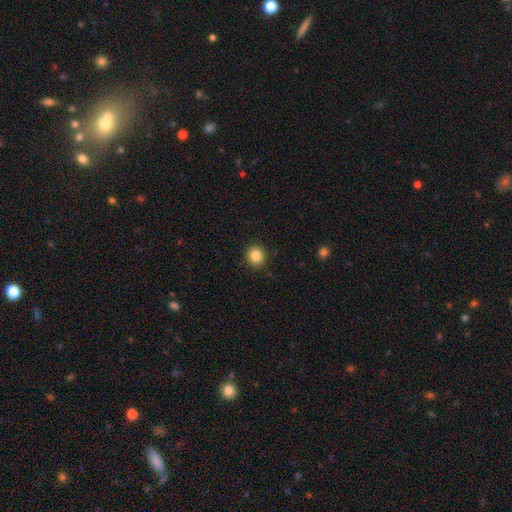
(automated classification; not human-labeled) smooth-or-featured: smooth: 85% | star or artifact: 10% | featured or disk: 5%
  how-rounded: round: 88% | in between: 11% | cigar-shaped: 1%
  merging: none: 91% | minor disturbance: 6% | major disturbance: 2% | merger: 1%